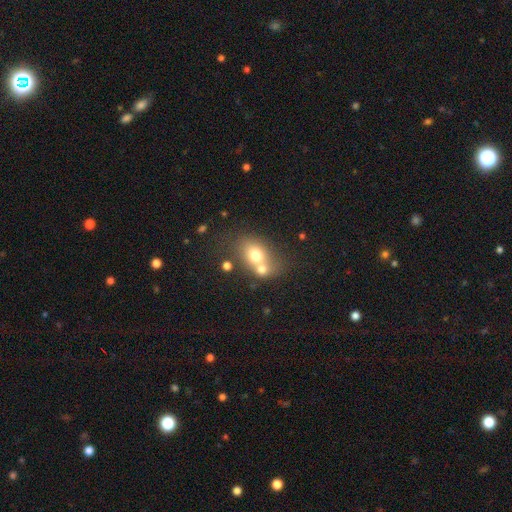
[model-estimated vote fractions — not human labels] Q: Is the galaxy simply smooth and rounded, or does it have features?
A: smooth — 68%.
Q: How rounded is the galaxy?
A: in between — 60%.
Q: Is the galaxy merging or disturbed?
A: merger — 49%.